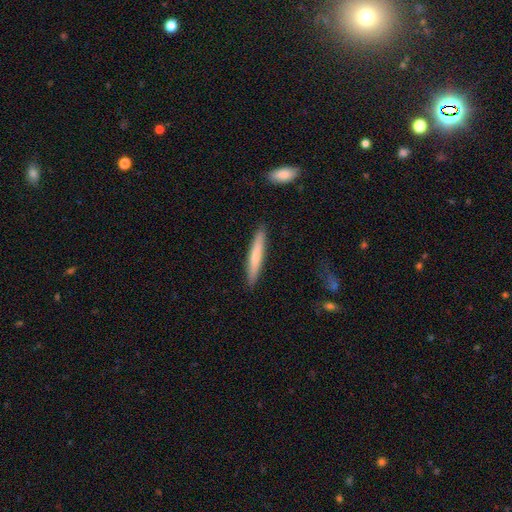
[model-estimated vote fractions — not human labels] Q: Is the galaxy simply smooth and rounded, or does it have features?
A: smooth — 70%.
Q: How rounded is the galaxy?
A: cigar-shaped — 94%.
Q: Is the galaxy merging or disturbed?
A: none — 90%.